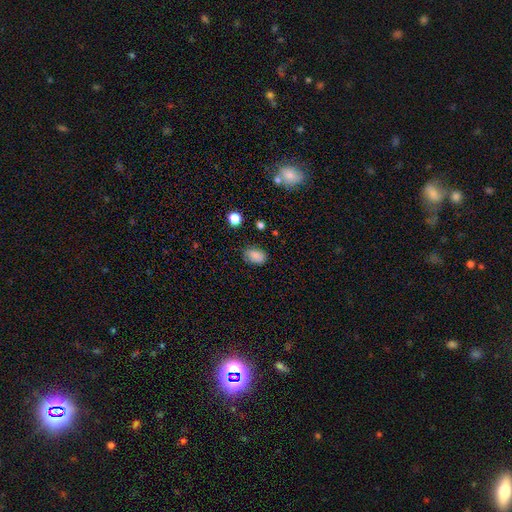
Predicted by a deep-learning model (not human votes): The model was most divided on "merging": none: 73%, minor disturbance: 21%, major disturbance: 4%, merger: 2%. More confident: smooth or featured — smooth (83%); how rounded — in between (79%).